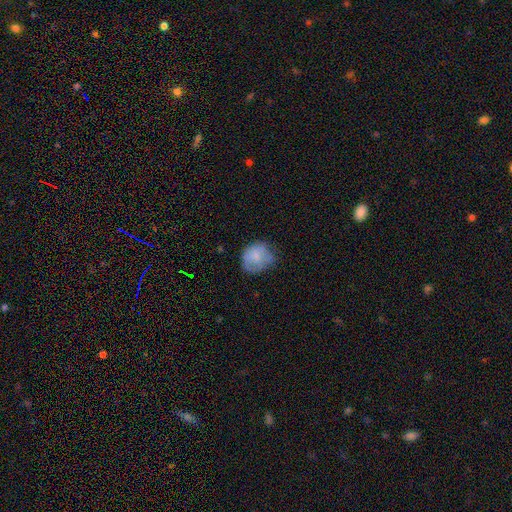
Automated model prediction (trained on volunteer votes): Smooth or featured?
  - smooth: 72% *
  - featured or disk: 20%
  - star or artifact: 8%
How rounded?
  - round: 65% *
  - in between: 34%
  - cigar-shaped: 1%
Merging?
  - none: 53% *
  - minor disturbance: 32%
  - major disturbance: 13%
  - merger: 2%